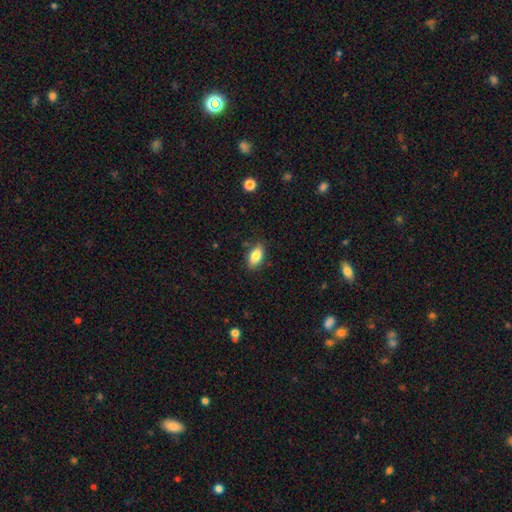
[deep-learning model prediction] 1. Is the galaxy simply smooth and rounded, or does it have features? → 84% smooth, 8% star or artifact, 8% featured or disk.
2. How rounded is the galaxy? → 89% in between, 5% cigar-shaped, 5% round.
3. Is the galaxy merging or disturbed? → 83% none, 13% minor disturbance, 3% major disturbance, 2% merger.